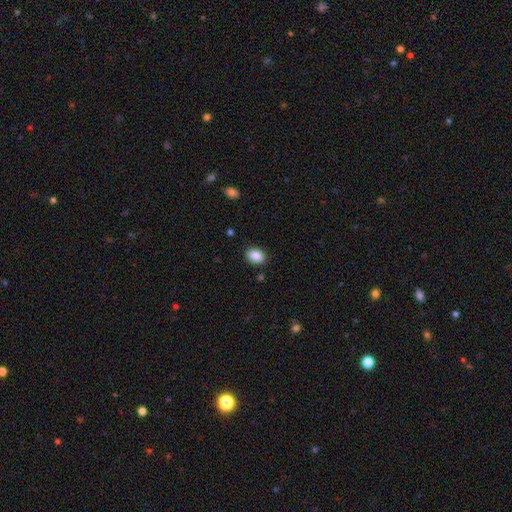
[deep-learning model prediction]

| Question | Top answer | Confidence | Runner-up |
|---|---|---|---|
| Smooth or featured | smooth | 88% | star or artifact (8%) |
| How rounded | in between | 68% | round (31%) |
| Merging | none | 88% | minor disturbance (8%) |